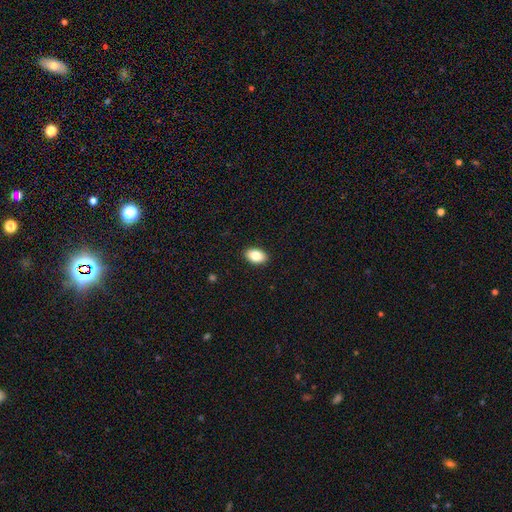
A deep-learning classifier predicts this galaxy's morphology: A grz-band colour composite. It shows a smooth galaxy with no disk features (84%) that is in between round and cigar-shaped (90%). Merging: none (91%).